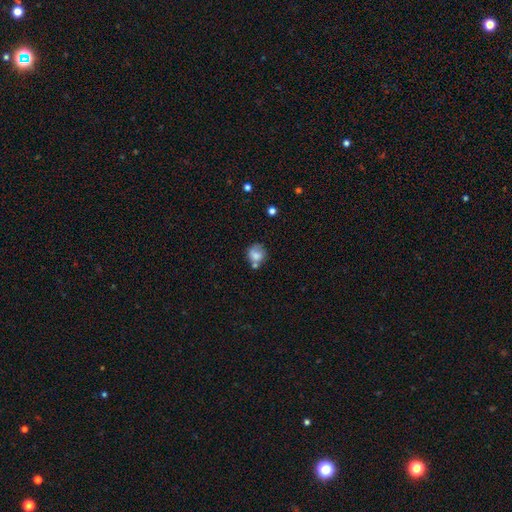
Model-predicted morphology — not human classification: This appears to be a smooth galaxy with no disk features (74%) that is round (76%). Merging: none (46%).